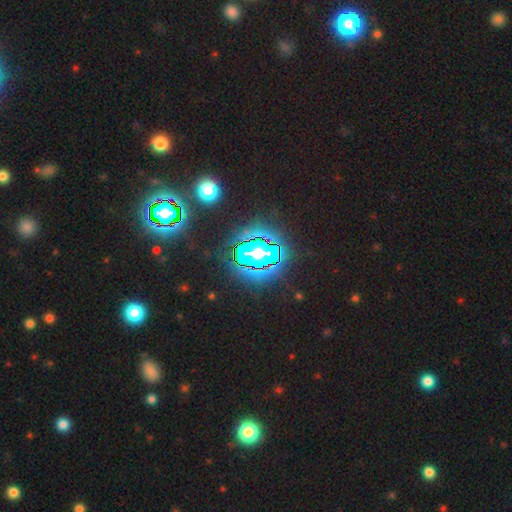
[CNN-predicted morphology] Smooth or featured? Predicted: star or artifact (p=0.74).